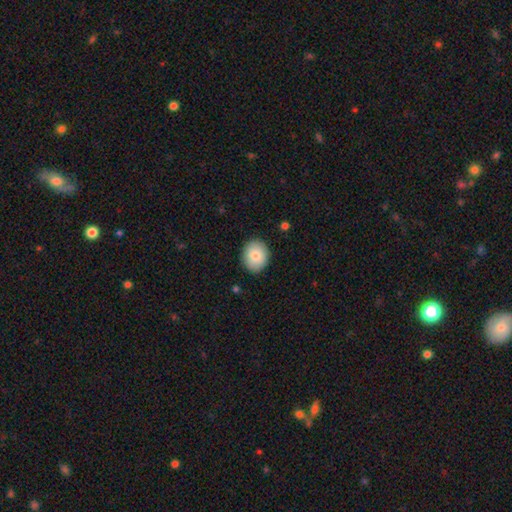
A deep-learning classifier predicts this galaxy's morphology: The model was most divided on "how rounded": round: 58%, in between: 41%, cigar-shaped: 1%. More confident: merging — none (89%); smooth or featured — smooth (83%).